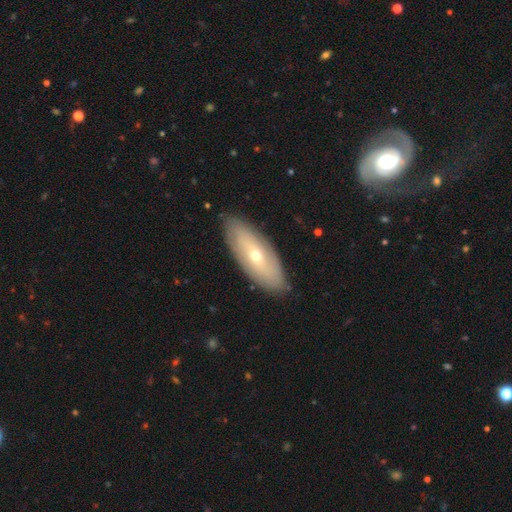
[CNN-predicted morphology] Smooth or featured: featured or disk — 50% (smooth — 44%)
Merging: none — 85% (minor disturbance — 11%)